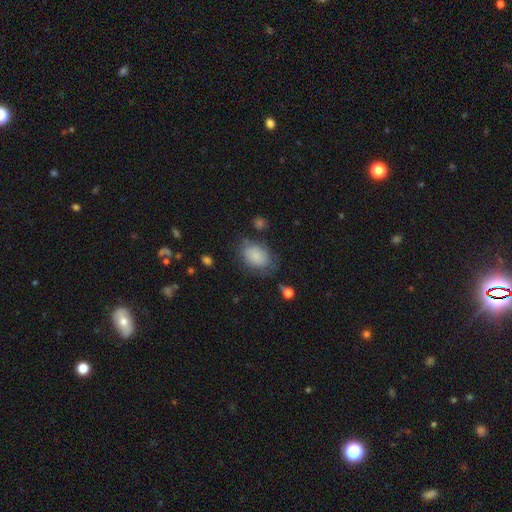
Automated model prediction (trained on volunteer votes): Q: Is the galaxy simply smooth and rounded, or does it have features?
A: smooth — 80%.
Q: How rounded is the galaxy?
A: in between — 78%.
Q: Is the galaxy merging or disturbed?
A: none — 57%.